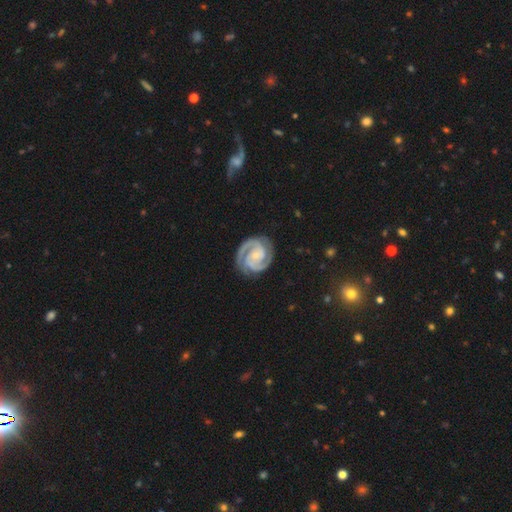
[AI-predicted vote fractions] Smooth or featured? Predicted: featured or disk (p=0.93). Edge-on disk? Predicted: no (p=0.98). Bar? Predicted: no (p=0.59). Spiral arms? Predicted: yes (p=0.99). Spiral winding? Predicted: tight (p=0.64). Spiral arm count? Predicted: 2 (p=0.87). Bulge size? Predicted: small (p=0.69). Merging? Predicted: none (p=0.83).